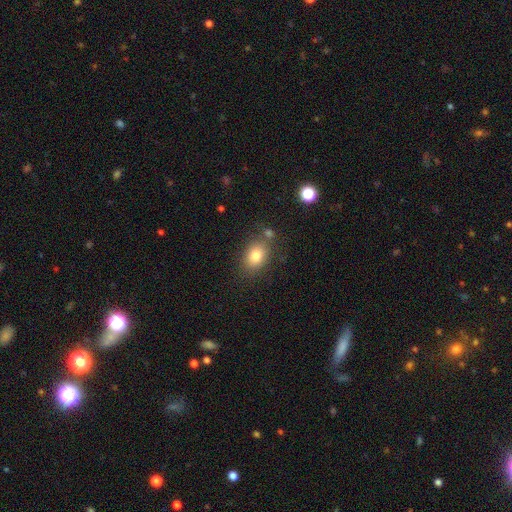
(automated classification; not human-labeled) Q: Smooth or featured?
A: smooth (80%); runner-up: star or artifact (10%)
Q: How rounded?
A: in between (73%); runner-up: round (26%)
Q: Merging?
A: none (75%); runner-up: minor disturbance (13%)